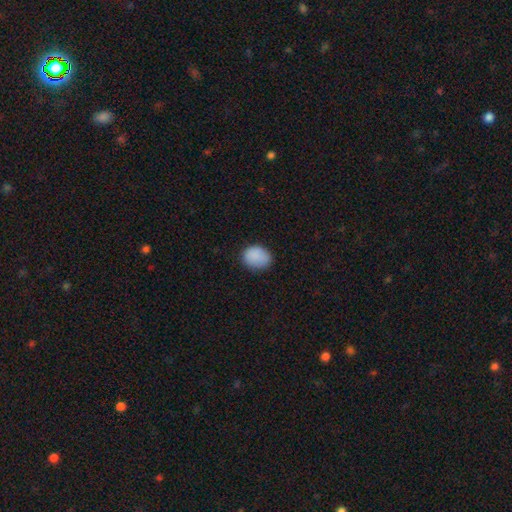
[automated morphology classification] Overall: smooth (88%). How rounded: in between (53%; round 46%). Merging: none (78%).